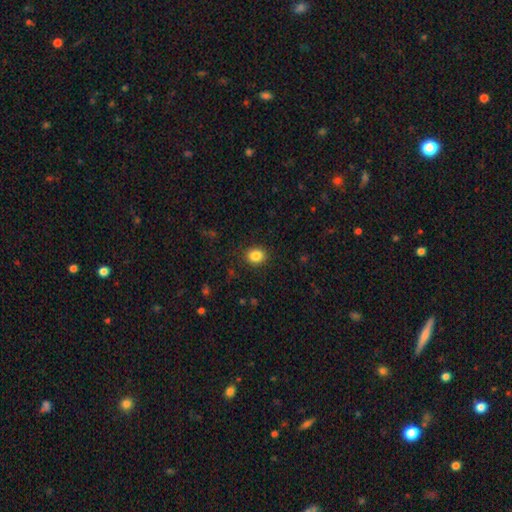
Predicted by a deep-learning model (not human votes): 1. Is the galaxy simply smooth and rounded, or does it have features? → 85% smooth, 10% star or artifact, 5% featured or disk.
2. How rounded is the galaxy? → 53% round, 47% in between, 1% cigar-shaped.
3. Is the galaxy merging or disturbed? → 88% none, 8% minor disturbance, 3% major disturbance, 1% merger.